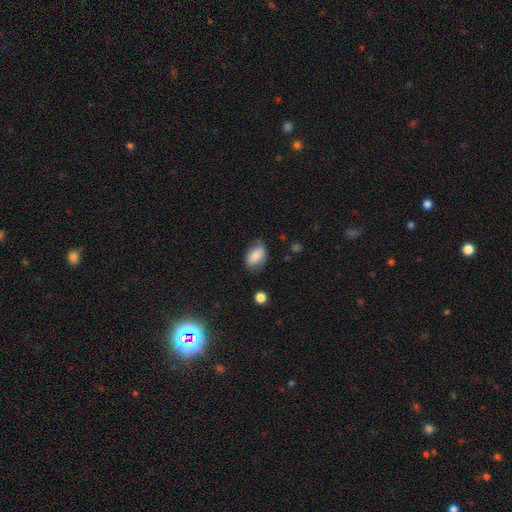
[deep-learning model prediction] Smooth or featured? smooth (77%)
How rounded? in between (86%)
Merging? none (62%)